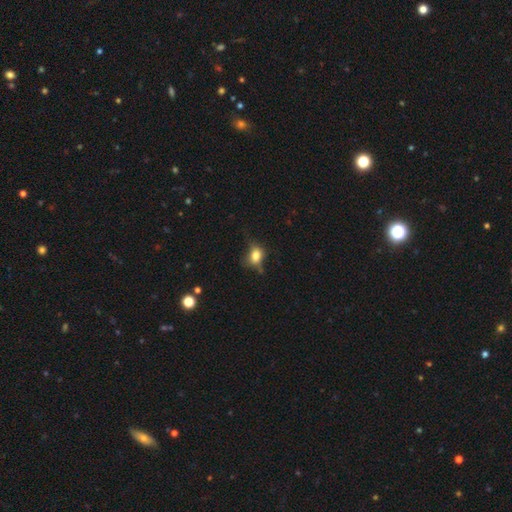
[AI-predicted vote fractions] smooth 73%, featured or disk 16%, star or artifact 11%. Down the decision tree: how rounded — in between (57%); merging — none (50%).